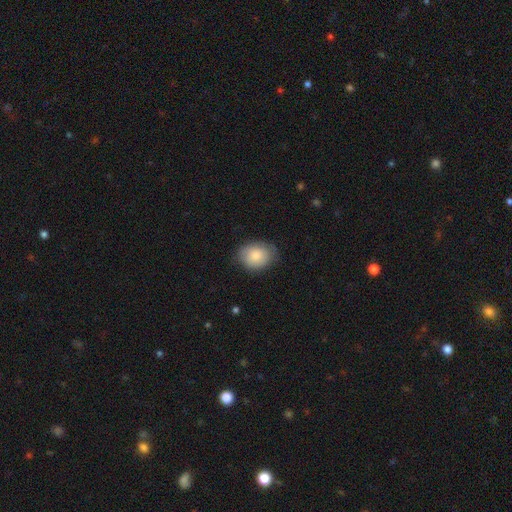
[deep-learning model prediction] The model was most divided on "how rounded": in between: 59%, round: 40%, cigar-shaped: 1%. More confident: smooth or featured — smooth (84%); merging — none (77%).